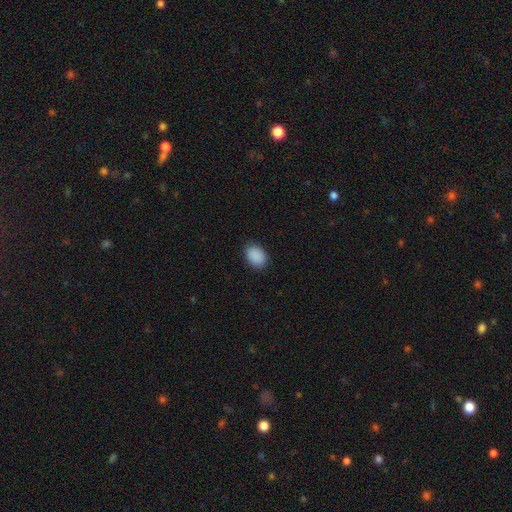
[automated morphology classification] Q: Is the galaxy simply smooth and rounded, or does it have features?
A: smooth — 90%.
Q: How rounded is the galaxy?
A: in between — 78%.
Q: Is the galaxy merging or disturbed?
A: none — 87%.